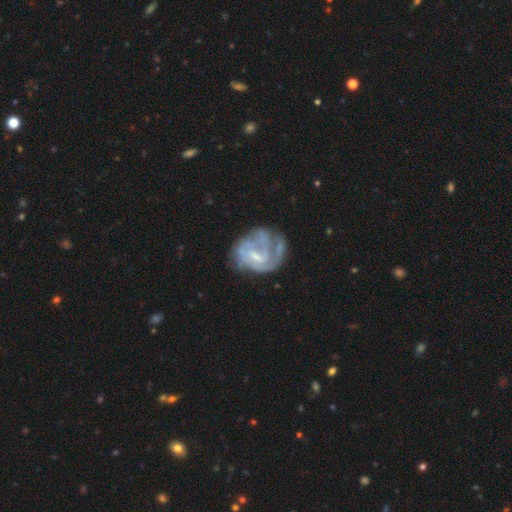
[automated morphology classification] smooth_or_featured: featured or disk (p=0.77) [alt: smooth p=0.16]
disk_edge_on: no (p=0.98) [alt: yes p=0.02]
bar: weak (p=0.50) [alt: no p=0.36]
has_spiral_arms: yes (p=0.78) [alt: no p=0.22]
spiral_winding: tight (p=0.46) [alt: medium p=0.36]
spiral_arm_count: can't tell (p=0.40) [alt: 2 p=0.23]
bulge_size: small (p=0.48) [alt: moderate p=0.27]
merging: none (p=0.42) [alt: major disturbance p=0.31]